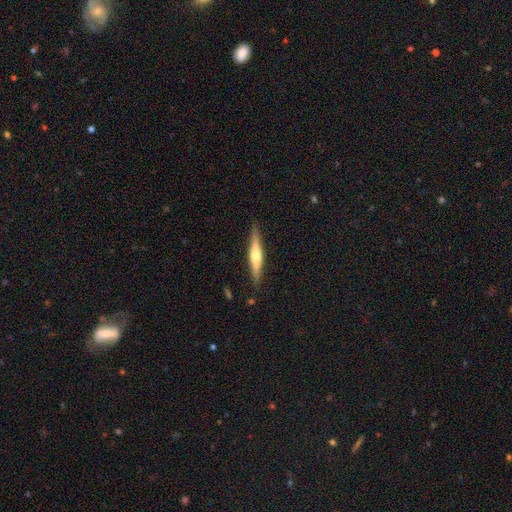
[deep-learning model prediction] featured or disk 64%, smooth 30%, star or artifact 5%. Down the decision tree: edge-on disk — yes (97%); edge-on bulge — rounded (89%); merging — none (89%).